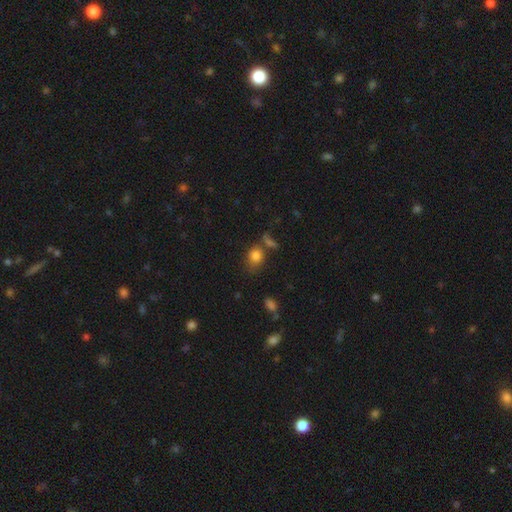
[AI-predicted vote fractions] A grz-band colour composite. It shows a smooth galaxy with no disk features (81%) that is round (51%). Merging: none (59%).